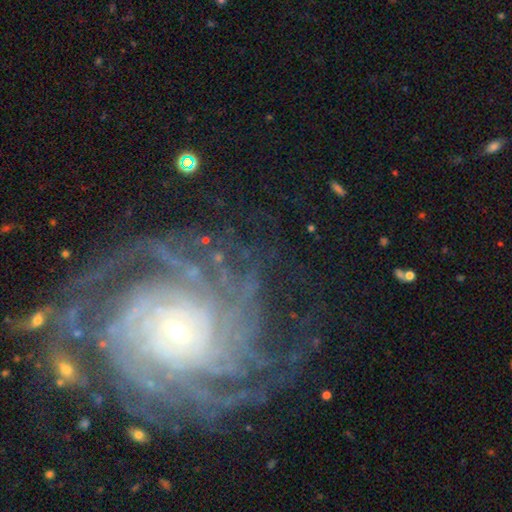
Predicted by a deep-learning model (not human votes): A featured or disk galaxy (87%) with no bar (62%), more than 4 (33%) tight (75%) spiral arms (98%) and a small central bulge (77%). Merging: none (72%).